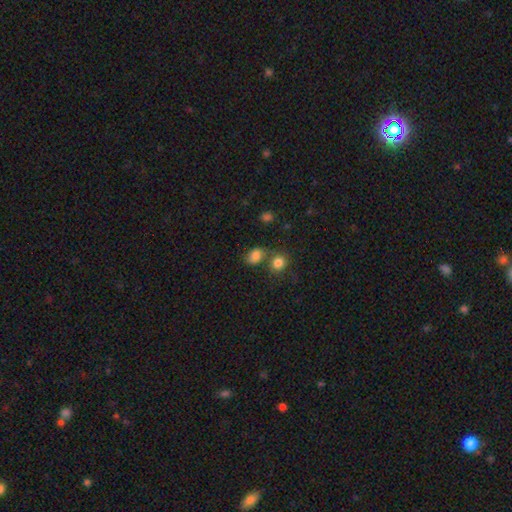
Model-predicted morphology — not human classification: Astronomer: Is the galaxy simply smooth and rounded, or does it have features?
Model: smooth — 80%.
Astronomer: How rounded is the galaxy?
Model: in between — 62%.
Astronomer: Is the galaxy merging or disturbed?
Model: none — 51%.